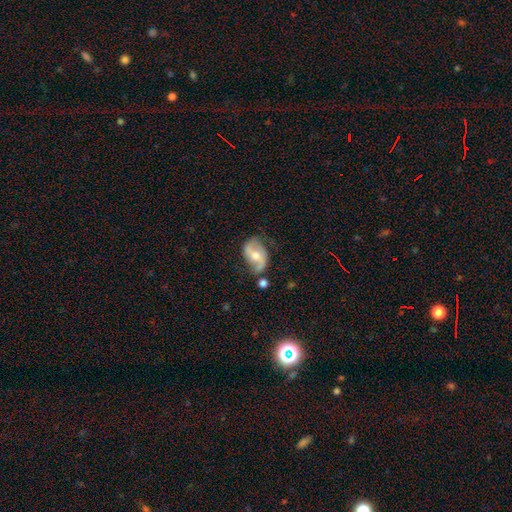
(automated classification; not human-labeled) A featured or disk galaxy (73%) with a weak bar (42%), 2 (89%) loose (56%) spiral arms (91%) and a moderate central bulge (62%). Merging: none (60%).